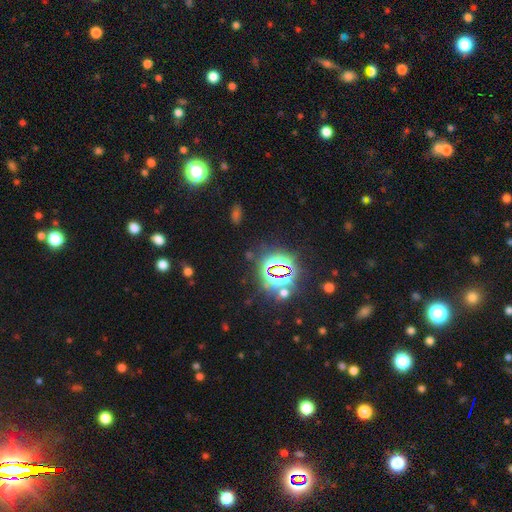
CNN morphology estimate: The model was most divided on "smooth or featured": star or artifact: 79%, smooth: 13%, featured or disk: 8%.